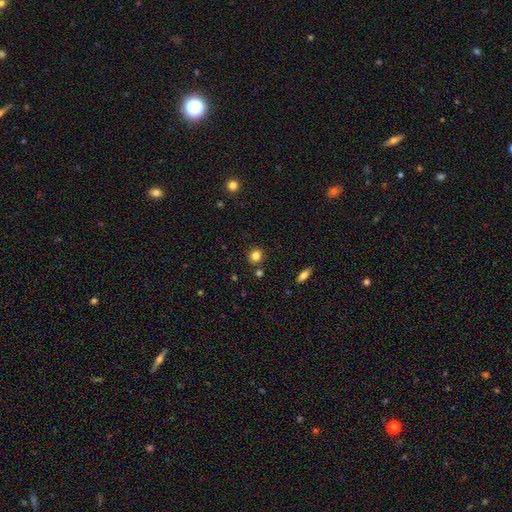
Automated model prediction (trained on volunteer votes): Smooth or featured? smooth (83%)
How rounded? round (89%)
Merging? none (86%)